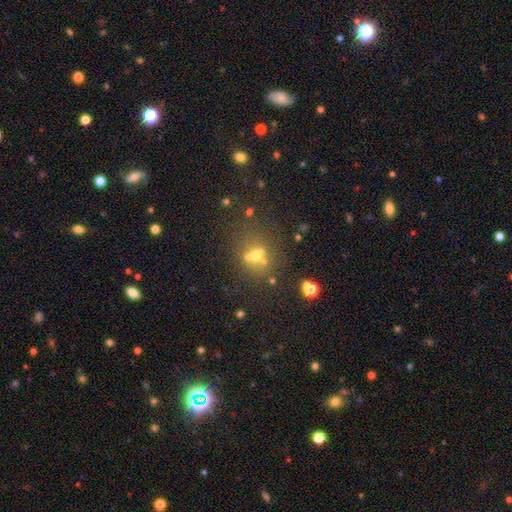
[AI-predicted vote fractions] This appears to be a smooth galaxy with no disk features (47%). Merging: none (48%).